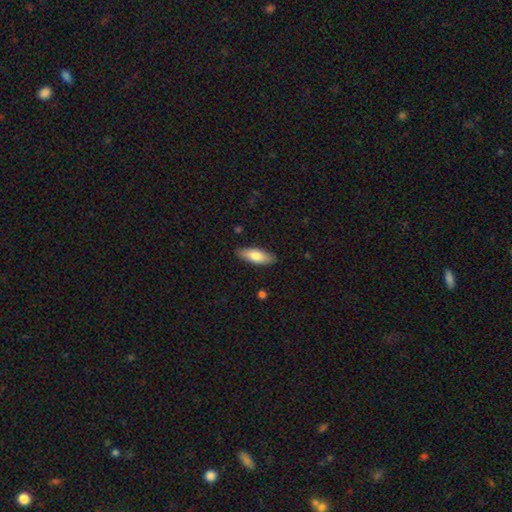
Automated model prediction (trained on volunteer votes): Smooth or featured? smooth (76%)
How rounded? in between (65%)
Merging? none (88%)